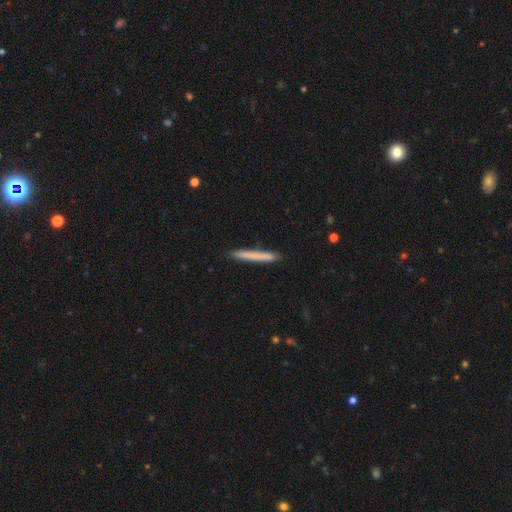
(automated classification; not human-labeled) Smooth or featured: smooth — 73% (featured or disk — 21%)
How rounded: cigar-shaped — 97% (in between — 2%)
Merging: none — 89% (minor disturbance — 8%)